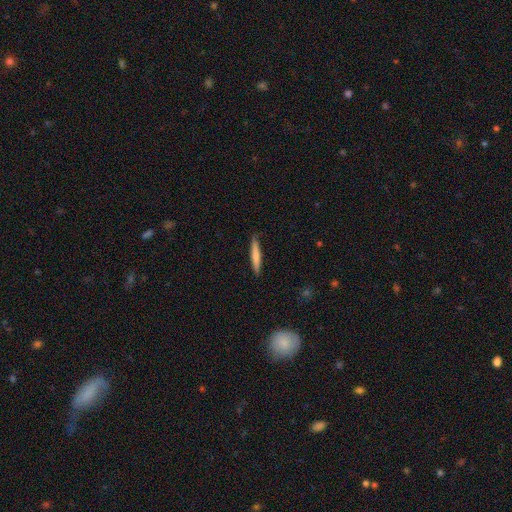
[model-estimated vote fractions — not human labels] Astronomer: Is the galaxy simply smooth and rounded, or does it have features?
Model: smooth — 70%.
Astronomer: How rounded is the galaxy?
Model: cigar-shaped — 94%.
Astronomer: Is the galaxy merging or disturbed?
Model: none — 86%.